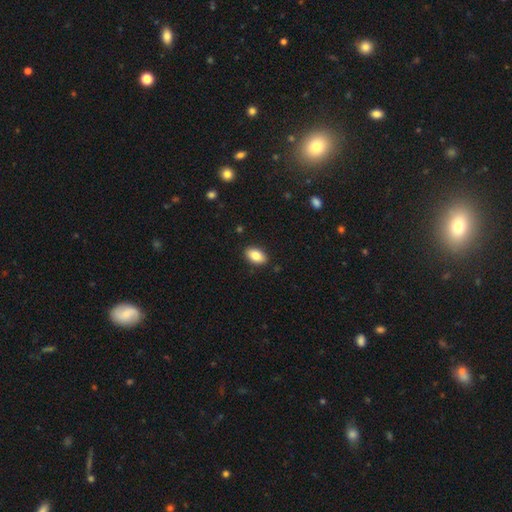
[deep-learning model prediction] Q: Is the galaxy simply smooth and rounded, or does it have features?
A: smooth — 83%.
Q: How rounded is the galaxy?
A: in between — 91%.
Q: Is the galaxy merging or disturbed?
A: none — 89%.